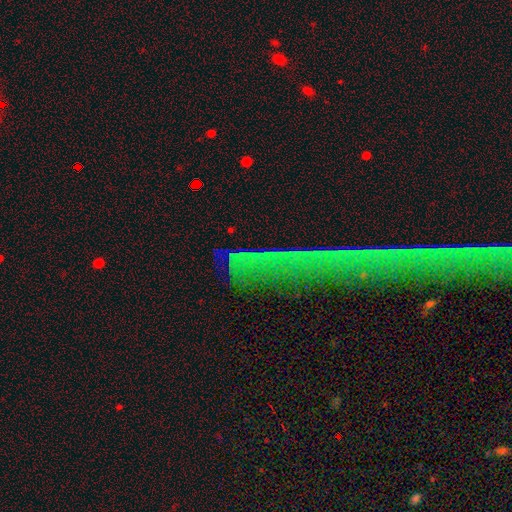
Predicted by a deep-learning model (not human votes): Morphology: type=star or artifact (68%).